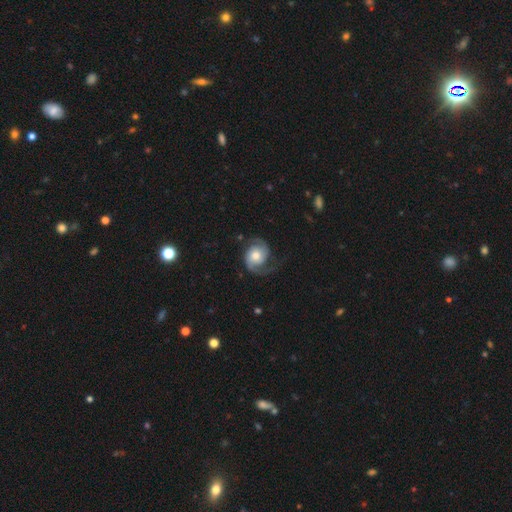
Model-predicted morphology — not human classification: Smooth or featured: featured or disk — 82% (smooth — 13%)
Edge-on disk: no — 98% (yes — 2%)
Bar: no — 71% (weak — 24%)
Spiral arms: yes — 96% (no — 4%)
Spiral winding: medium — 46% (tight — 27%)
Spiral arm count: 2 — 84% (1 — 8%)
Bulge size: moderate — 58% (large — 20%)
Merging: none — 65% (minor disturbance — 18%)